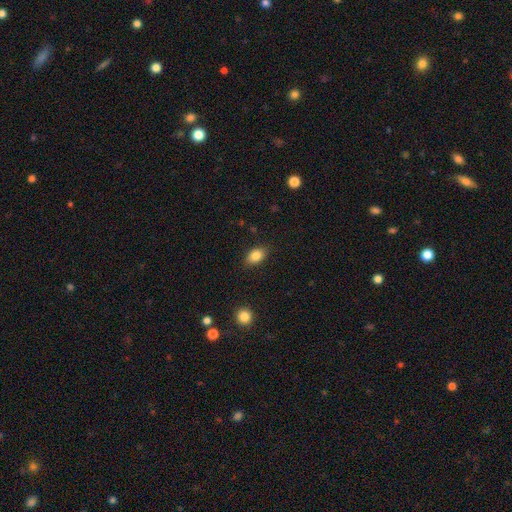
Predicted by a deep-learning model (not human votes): smooth-or-featured: smooth: 85% | star or artifact: 9% | featured or disk: 6%
  how-rounded: in between: 83% | round: 15% | cigar-shaped: 2%
  merging: none: 85% | minor disturbance: 11% | major disturbance: 3% | merger: 1%